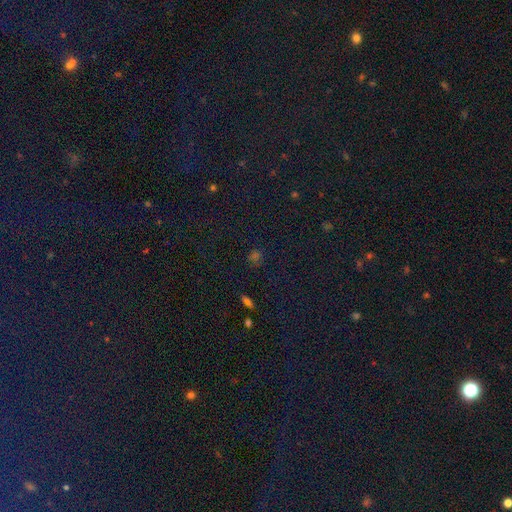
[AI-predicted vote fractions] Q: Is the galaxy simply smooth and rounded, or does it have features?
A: star or artifact — 53%.